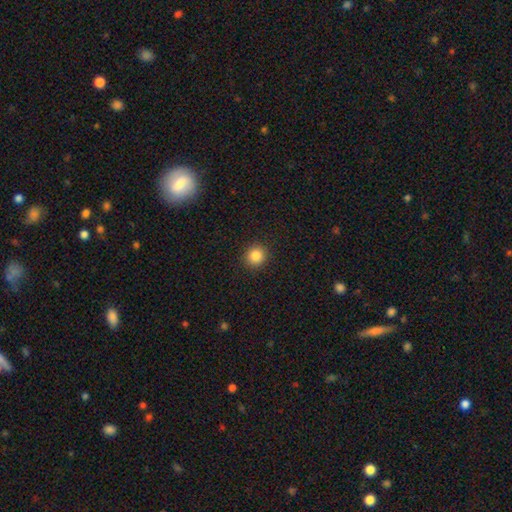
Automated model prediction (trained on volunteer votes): A smooth galaxy with no disk features (85%) that is round (91%). Merging: none (92%).